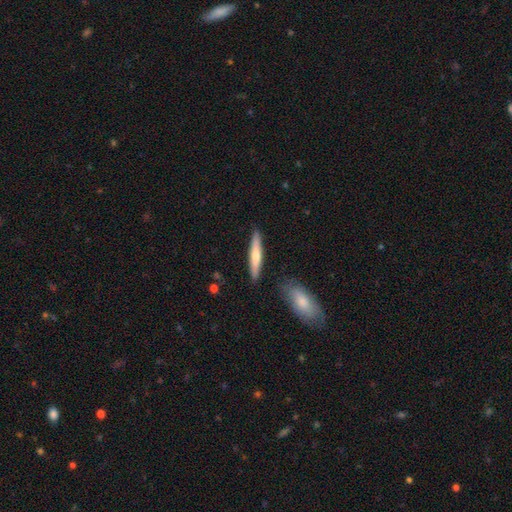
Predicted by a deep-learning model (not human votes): Morphology: type=smooth (62%); roundness=cigar-shaped (91%); merging=none (87%).